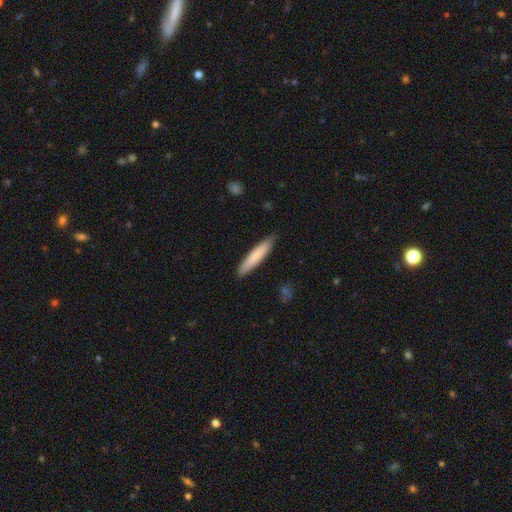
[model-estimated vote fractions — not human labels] A smooth galaxy with no disk features (76%) that is cigar-shaped (90%).

Vote fractions:
- Smooth or featured? smooth: 76% / featured or disk: 19% / star or artifact: 5%
- How rounded? cigar-shaped: 90% / in between: 9% / round: 1%
- Merging? none: 87% / minor disturbance: 10% / major disturbance: 2% / merger: 1%